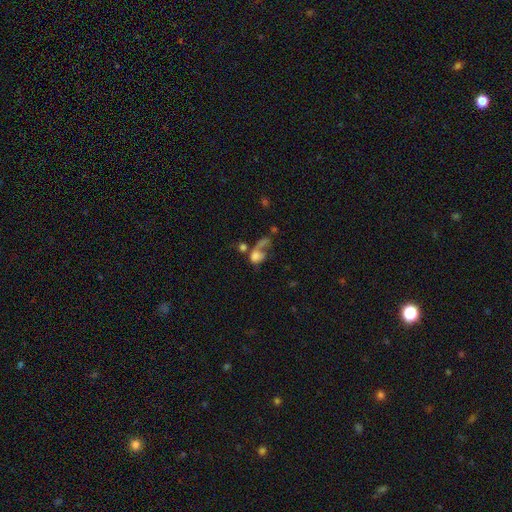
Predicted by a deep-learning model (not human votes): Smooth or featured: smooth — 56% (featured or disk — 29%)
How rounded: in between — 55% (round — 42%)
Merging: merger — 38% (major disturbance — 33%)